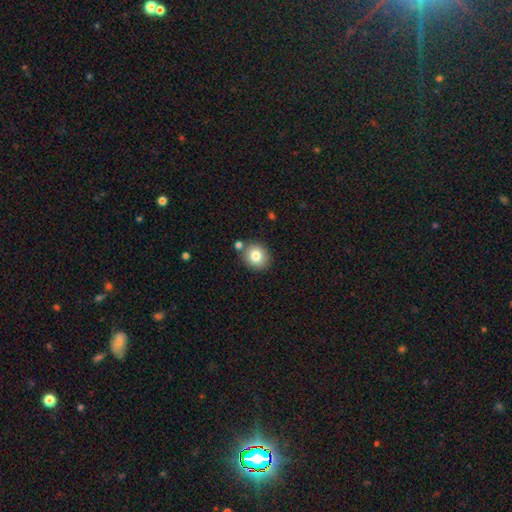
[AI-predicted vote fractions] Q: Smooth or featured?
A: smooth (81%); runner-up: star or artifact (9%)
Q: How rounded?
A: round (76%); runner-up: in between (23%)
Q: Merging?
A: none (77%); runner-up: merger (10%)